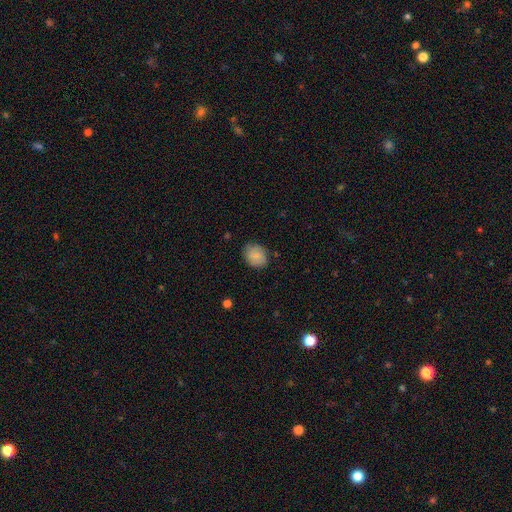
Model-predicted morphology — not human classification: Smooth or featured: smooth — 85% (featured or disk — 8%)
How rounded: round — 52% (in between — 48%)
Merging: none — 79% (minor disturbance — 16%)